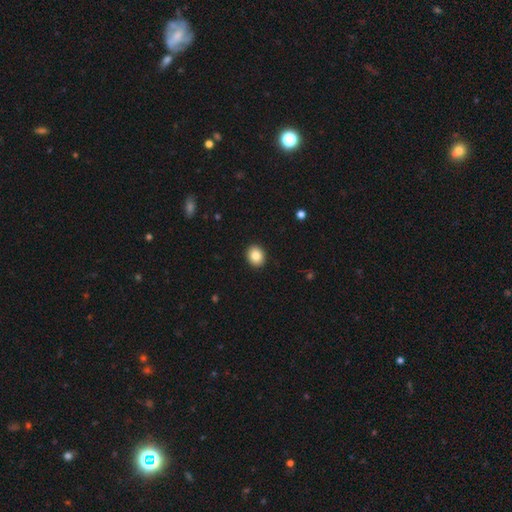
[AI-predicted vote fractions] Smooth or featured?
  - smooth: 85% *
  - star or artifact: 9%
  - featured or disk: 6%
How rounded?
  - round: 58% *
  - in between: 41%
  - cigar-shaped: 1%
Merging?
  - none: 92% *
  - minor disturbance: 5%
  - major disturbance: 2%
  - merger: 1%